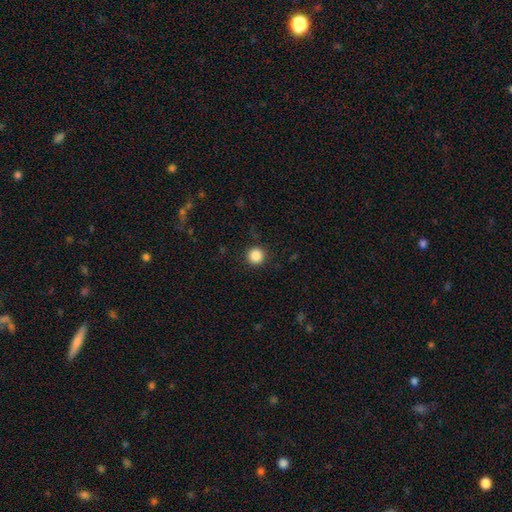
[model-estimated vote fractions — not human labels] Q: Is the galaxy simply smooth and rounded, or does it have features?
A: smooth — 86%.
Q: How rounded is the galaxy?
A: round — 95%.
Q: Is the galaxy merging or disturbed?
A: none — 91%.